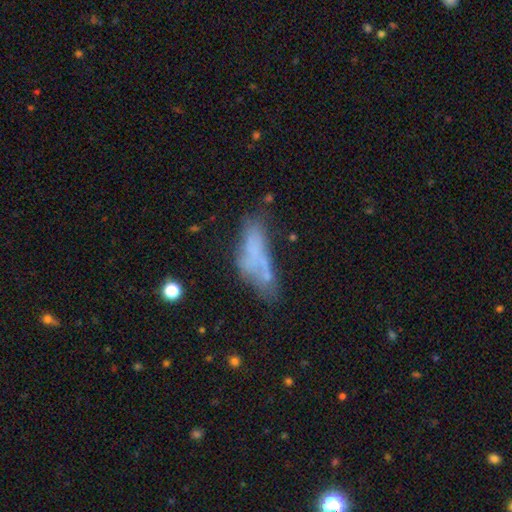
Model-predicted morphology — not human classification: Overall: smooth (50%; featured or disk 37%). Merging: none (35%; minor disturbance 25%).